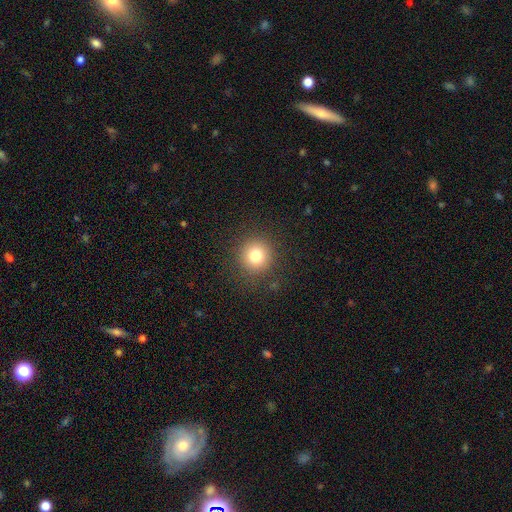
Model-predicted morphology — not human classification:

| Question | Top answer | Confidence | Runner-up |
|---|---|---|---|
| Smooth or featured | smooth | 79% | star or artifact (12%) |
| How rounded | round | 94% | in between (5%) |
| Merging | none | 88% | minor disturbance (7%) |